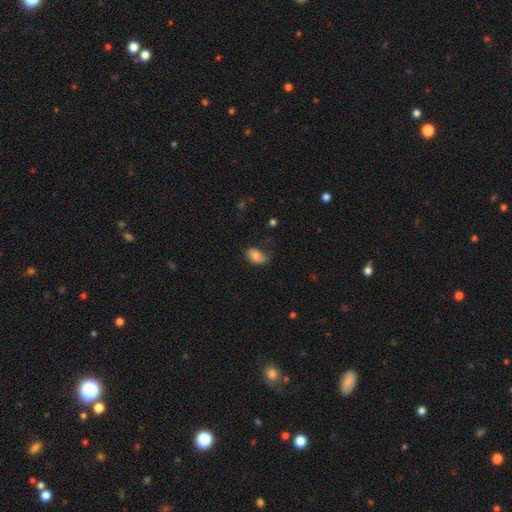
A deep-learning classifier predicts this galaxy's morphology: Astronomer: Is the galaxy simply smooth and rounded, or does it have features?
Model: smooth — 73%.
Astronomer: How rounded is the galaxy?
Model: in between — 86%.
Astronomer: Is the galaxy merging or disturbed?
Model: none — 55% (runner-up: minor disturbance, 32%).